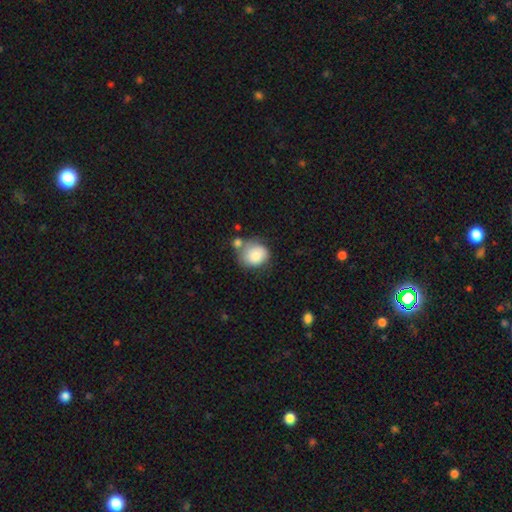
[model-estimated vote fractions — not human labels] A smooth galaxy with no disk features (84%) that is round (65%).

Vote fractions:
- Smooth or featured? smooth: 84% / featured or disk: 9% / star or artifact: 7%
- How rounded? round: 65% / in between: 34% / cigar-shaped: 1%
- Merging? none: 47% / merger: 23% / minor disturbance: 22% / major disturbance: 8%